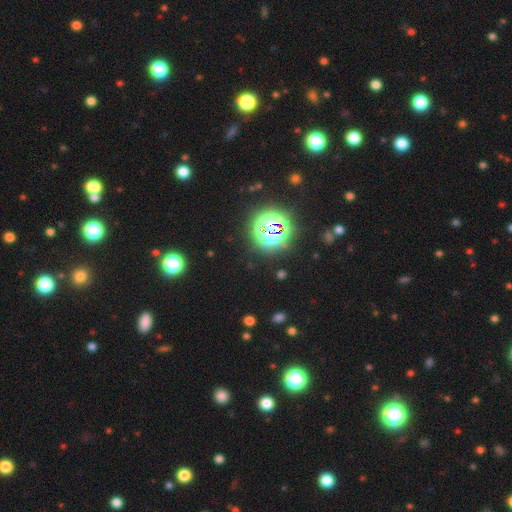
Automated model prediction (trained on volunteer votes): smooth_or_featured: star or artifact (p=0.79) [alt: smooth p=0.15]